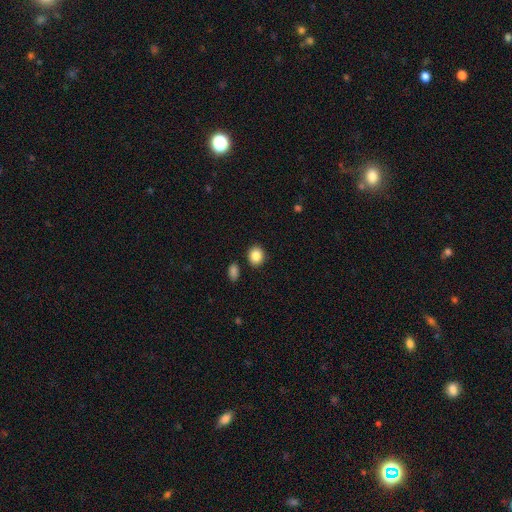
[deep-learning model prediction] smooth 86%, star or artifact 9%, featured or disk 5%. Down the decision tree: how rounded — round (69%); merging — none (87%).